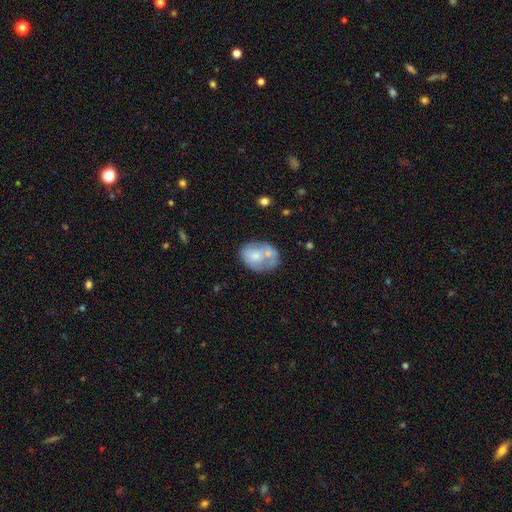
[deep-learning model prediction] This is likely a smooth galaxy (61%). How rounded: likely in between (66%). Merging: marginally none (35%).